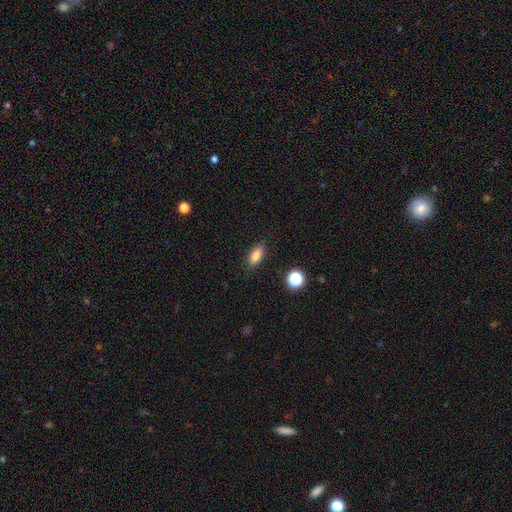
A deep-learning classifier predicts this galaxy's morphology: Smooth or featured: smooth — 79% (featured or disk — 11%)
How rounded: in between — 76% (cigar-shaped — 18%)
Merging: none — 86% (minor disturbance — 10%)